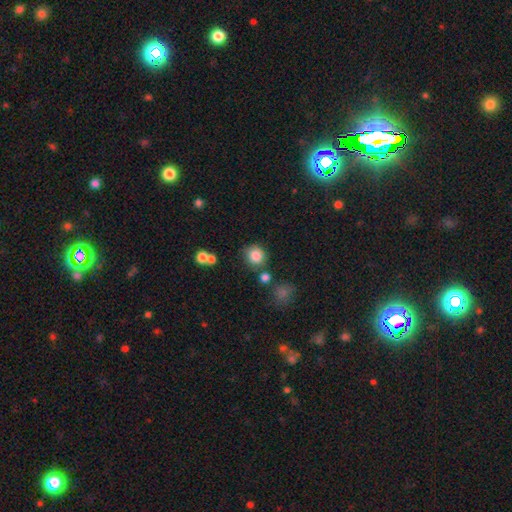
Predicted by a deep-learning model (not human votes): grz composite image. It shows a smooth galaxy with no disk features (83%) that is round (85%). Merging: none (73%).